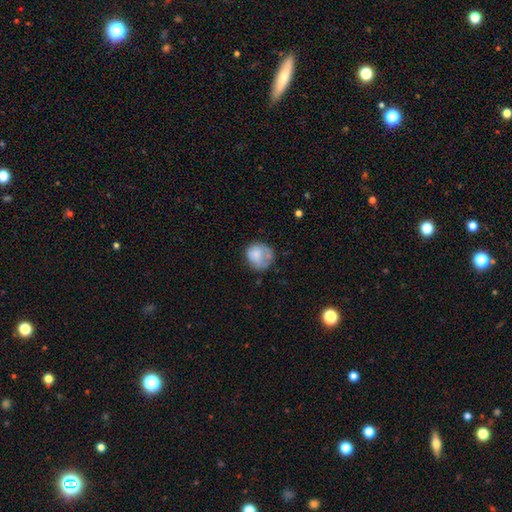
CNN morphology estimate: smooth-or-featured: smooth: 69% | featured or disk: 24% | star or artifact: 8%
  how-rounded: round: 77% | in between: 22% | cigar-shaped: 1%
  merging: none: 47% | minor disturbance: 28% | major disturbance: 19% | merger: 5%